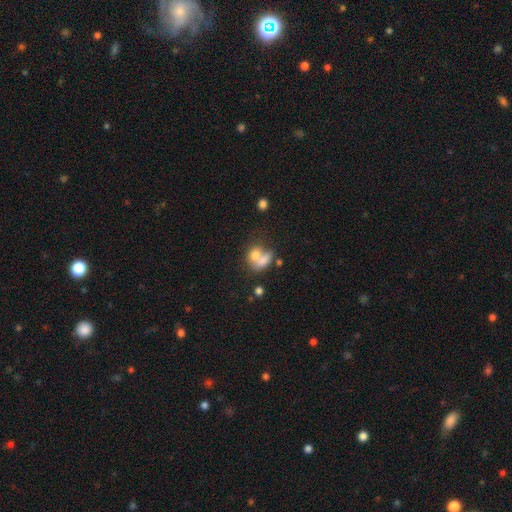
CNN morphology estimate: The model was most divided on "how rounded": in between: 65%, round: 33%, cigar-shaped: 3%. More confident: smooth or featured — smooth (72%); merging — merger (61%).